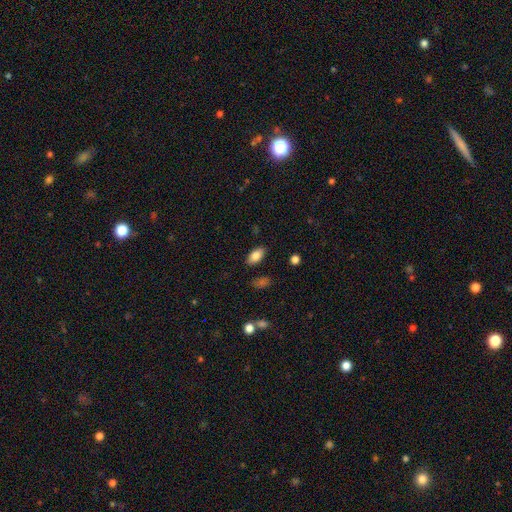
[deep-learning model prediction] smooth 81%, featured or disk 11%, star or artifact 8%. Down the decision tree: how rounded — in between (90%); merging — none (85%).